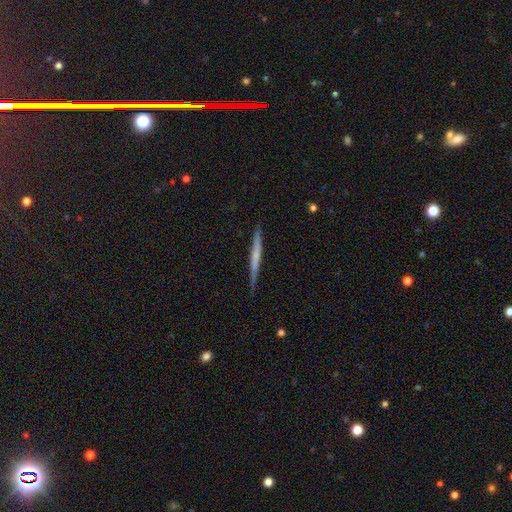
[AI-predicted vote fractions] A featured or disk galaxy (53%) viewed edge-on (98%) with no central bulge (72%). Merging: none (88%).